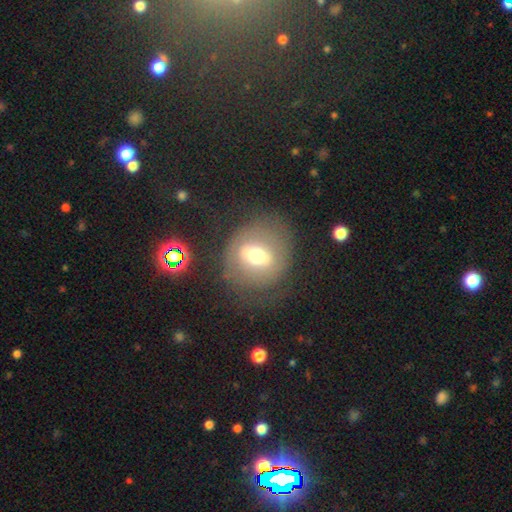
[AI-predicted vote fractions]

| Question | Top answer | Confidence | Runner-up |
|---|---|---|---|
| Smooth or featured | featured or disk | 46% | smooth (44%) |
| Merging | none | 66% | minor disturbance (17%) |